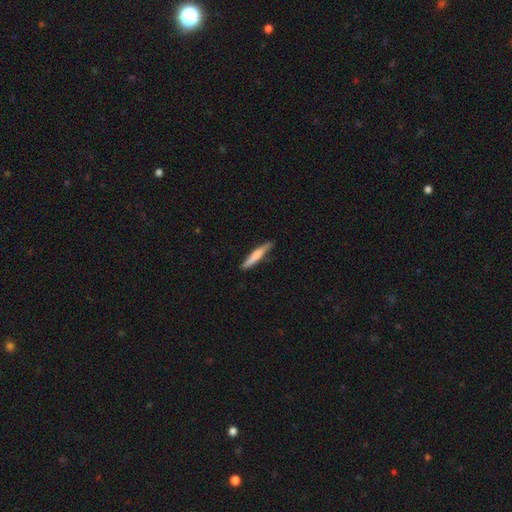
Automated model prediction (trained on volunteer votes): smooth 70%, featured or disk 25%, star or artifact 5%. Down the decision tree: how rounded — cigar-shaped (93%); merging — none (78%).